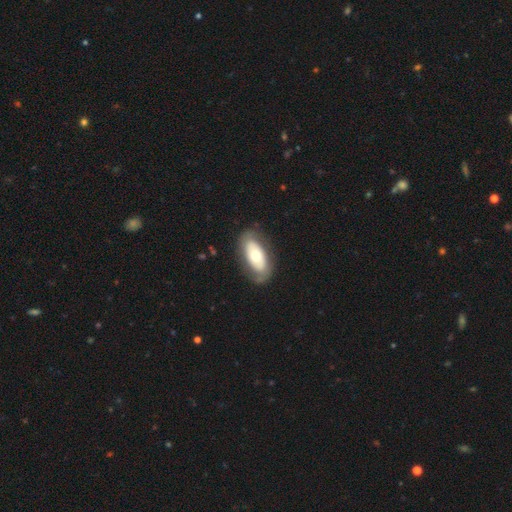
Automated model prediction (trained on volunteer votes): Q: Smooth or featured?
A: smooth (50%); runner-up: featured or disk (45%)
Q: Merging?
A: none (78%); runner-up: minor disturbance (15%)